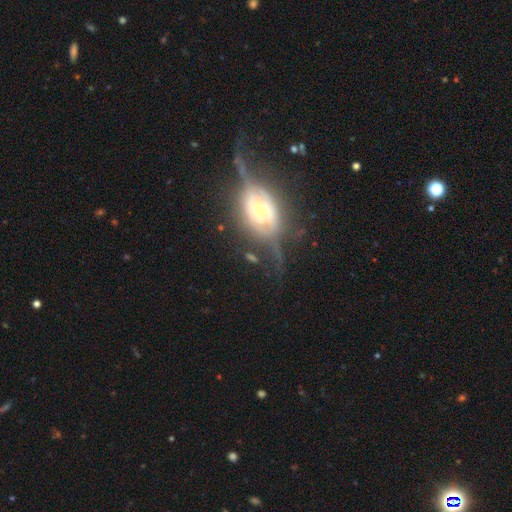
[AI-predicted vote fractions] Smooth or featured: featured or disk — 75% (star or artifact — 13%)
Edge-on disk: yes — 64% (no — 36%)
Merging: none — 56% (major disturbance — 21%)